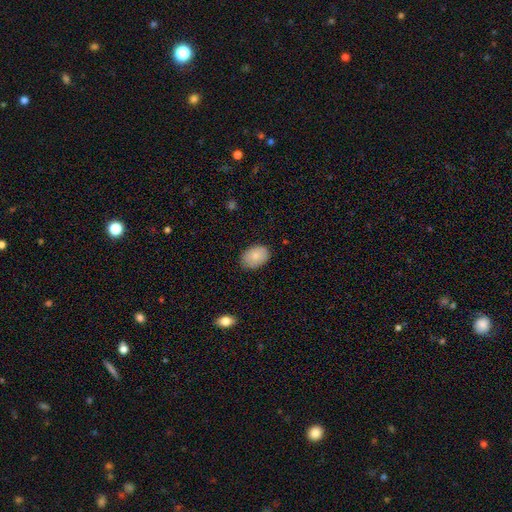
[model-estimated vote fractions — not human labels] Q: Smooth or featured?
A: smooth (83%); runner-up: featured or disk (10%)
Q: How rounded?
A: in between (81%); runner-up: round (18%)
Q: Merging?
A: none (83%); runner-up: minor disturbance (14%)